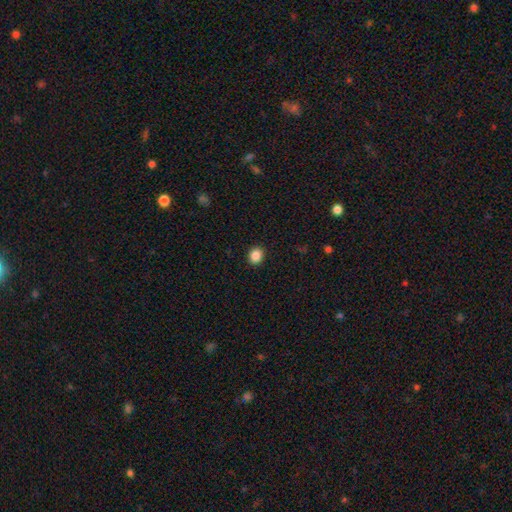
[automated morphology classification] Overall: smooth (87%). How rounded: round (67%; in between 32%). Merging: none (91%).